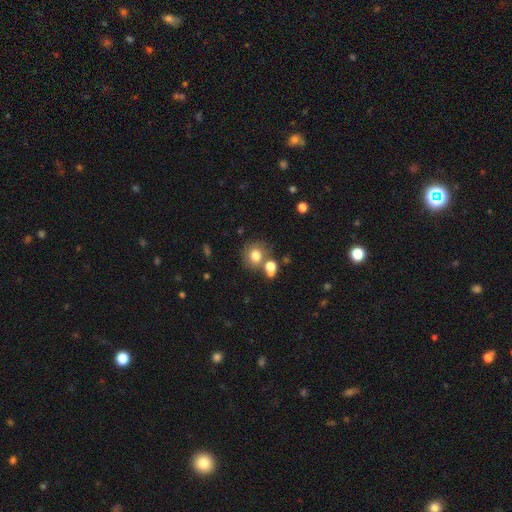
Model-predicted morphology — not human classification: The model was most divided on "merging": none: 54%, merger: 29%, minor disturbance: 12%, major disturbance: 5%. More confident: how rounded — round (79%); smooth or featured — smooth (76%).